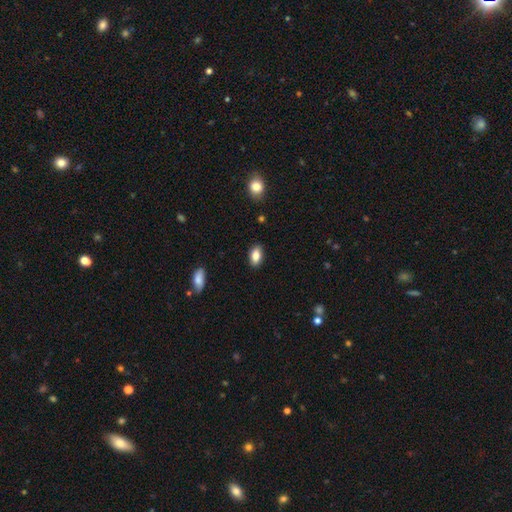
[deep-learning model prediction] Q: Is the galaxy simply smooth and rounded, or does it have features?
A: smooth — 85%.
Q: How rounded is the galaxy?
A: in between — 90%.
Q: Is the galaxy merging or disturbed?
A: none — 87%.